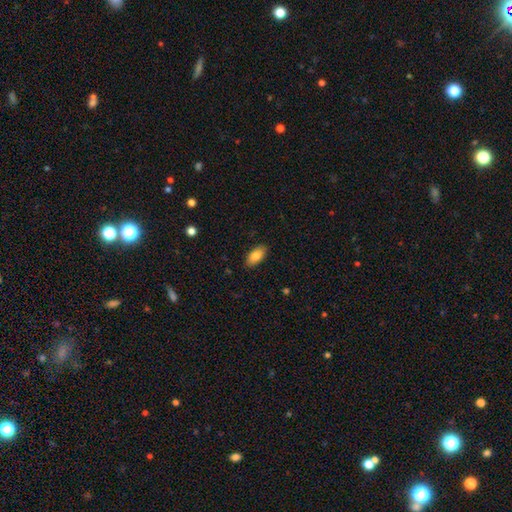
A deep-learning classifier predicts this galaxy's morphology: This is clearly a smooth galaxy (83%). How rounded: clearly in between (92%). Merging: clearly none (88%).